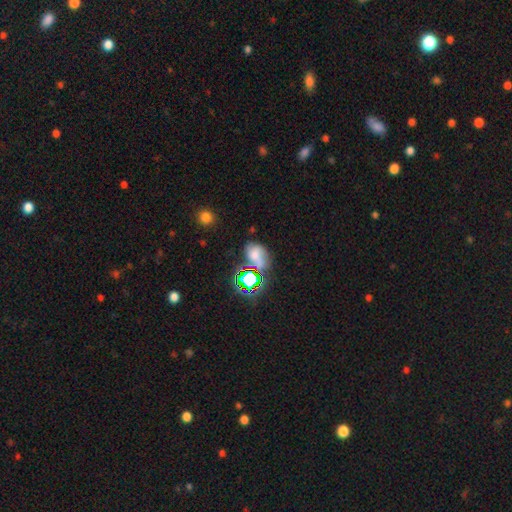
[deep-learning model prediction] This appears to be a smooth galaxy with no disk features (46%). Merging: none (38%).